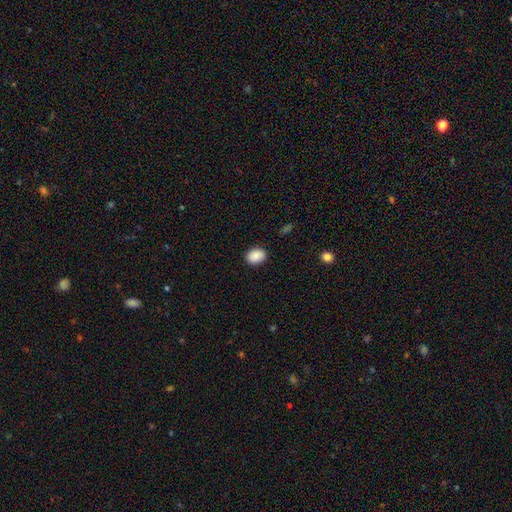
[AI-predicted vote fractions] smooth 89%, star or artifact 7%, featured or disk 4%. Down the decision tree: how rounded — in between (66%); merging — none (88%).